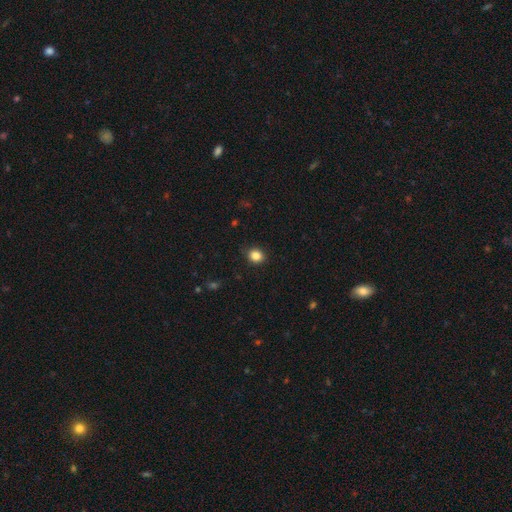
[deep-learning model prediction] The model was most divided on "how rounded": round: 70%, in between: 29%, cigar-shaped: 1%. More confident: merging — none (88%); smooth or featured — smooth (85%).